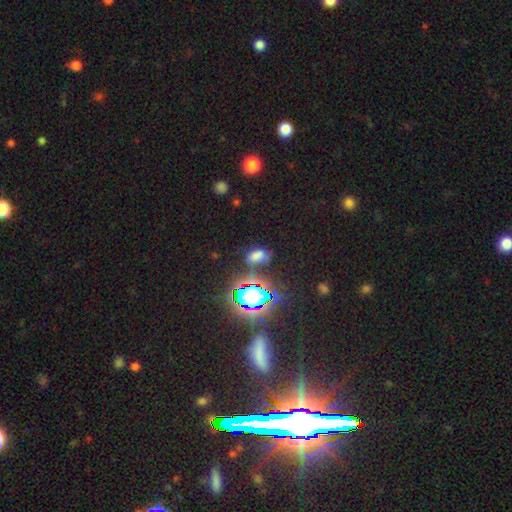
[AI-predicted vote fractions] Smooth or featured: smooth — 51% (star or artifact — 38%)
How rounded: in between — 85% (round — 11%)
Merging: none — 57% (minor disturbance — 21%)